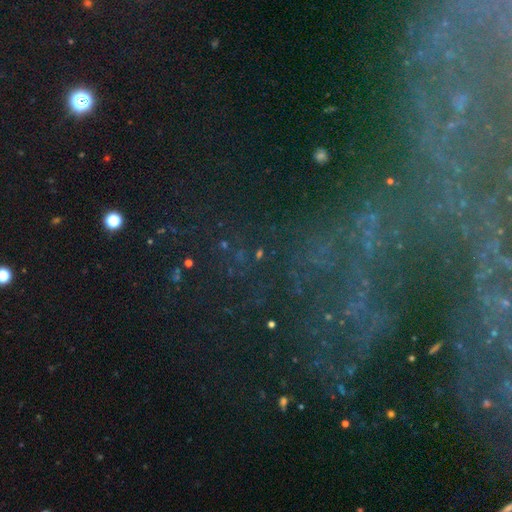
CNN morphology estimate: Smooth or featured? Predicted: star or artifact (p=0.53).